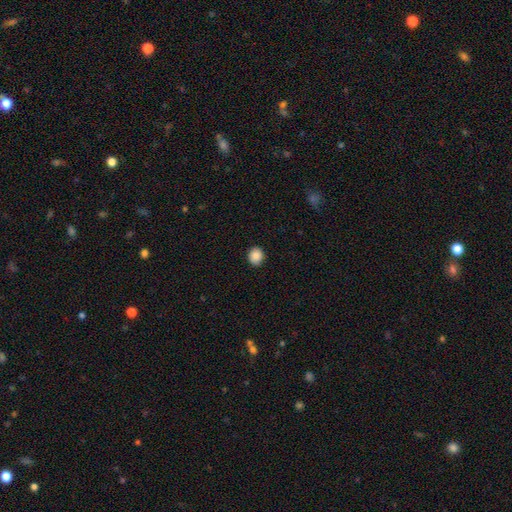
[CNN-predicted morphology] type=smooth (88%); roundness=round (77%); merging=none (90%).